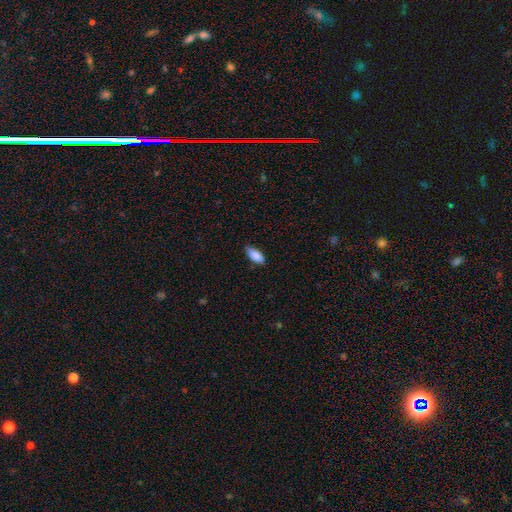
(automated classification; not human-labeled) Overall: smooth (88%). How rounded: in between (83%). Merging: none (80%).